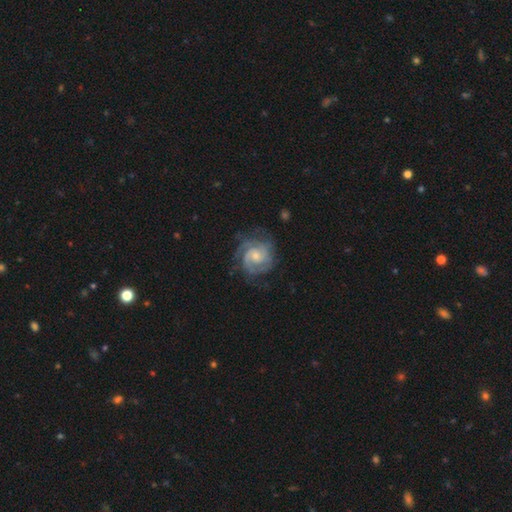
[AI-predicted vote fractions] This is clearly a featured or disk galaxy (87%). It is clearly not viewed edge-on (98%). Bar: likely no (63%). Spiral arm pattern: clearly yes (97%). Spiral arm count: possibly 2 (47%). Spiral winding: likely tight (63%). Central bulge: possibly small (55%). Merging: likely none (71%).